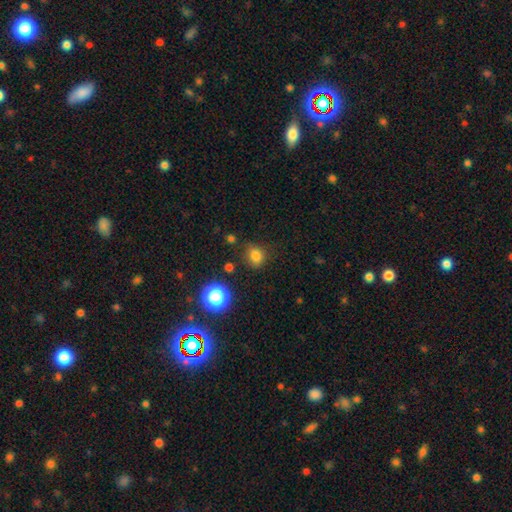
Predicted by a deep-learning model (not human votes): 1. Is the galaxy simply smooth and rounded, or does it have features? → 78% smooth, 17% star or artifact, 6% featured or disk.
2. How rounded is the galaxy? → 66% round, 33% in between, 1% cigar-shaped.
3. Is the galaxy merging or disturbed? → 75% none, 17% minor disturbance, 5% major disturbance, 3% merger.